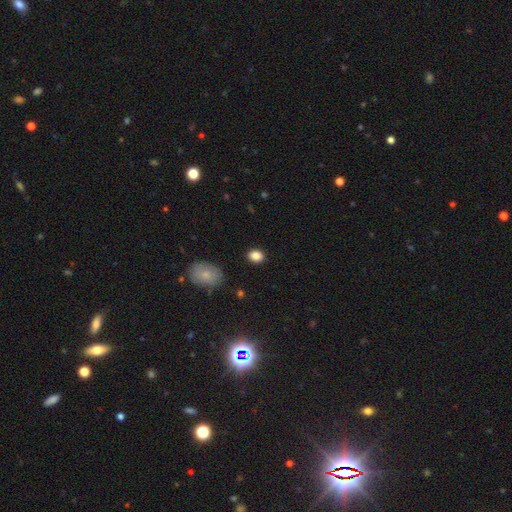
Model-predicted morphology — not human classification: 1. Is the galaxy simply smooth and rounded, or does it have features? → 86% smooth, 9% star or artifact, 4% featured or disk.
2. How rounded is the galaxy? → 57% in between, 41% round, 1% cigar-shaped.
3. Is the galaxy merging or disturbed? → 88% none, 8% minor disturbance, 2% major disturbance, 1% merger.